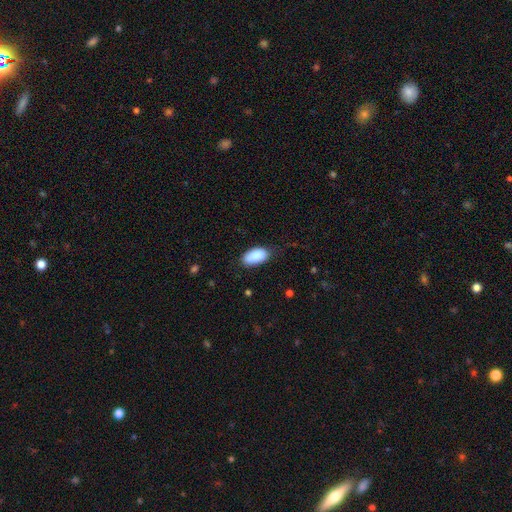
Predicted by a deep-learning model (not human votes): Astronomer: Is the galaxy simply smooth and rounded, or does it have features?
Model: smooth — 90%.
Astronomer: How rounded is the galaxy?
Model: in between — 94%.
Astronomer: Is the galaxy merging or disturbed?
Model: none — 79%.